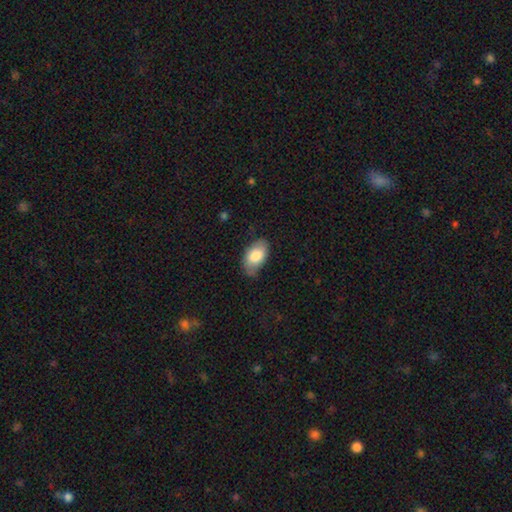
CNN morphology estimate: Smooth or featured?
  - smooth: 78% *
  - featured or disk: 16%
  - star or artifact: 6%
How rounded?
  - in between: 94% *
  - round: 5%
  - cigar-shaped: 2%
Merging?
  - none: 70% *
  - minor disturbance: 24%
  - major disturbance: 5%
  - merger: 1%